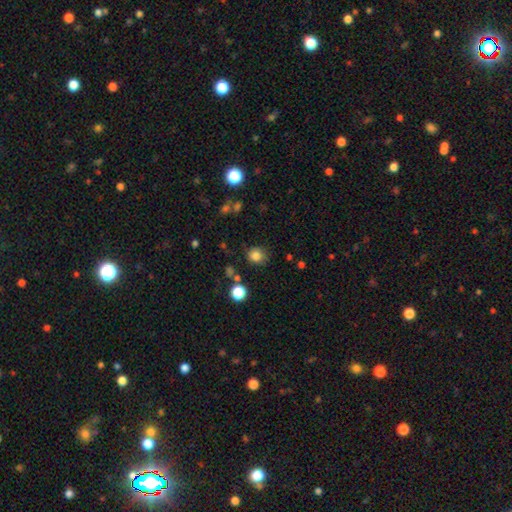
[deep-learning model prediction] This appears to be a smooth galaxy with no disk features (83%) that is round (87%). Merging: none (82%).